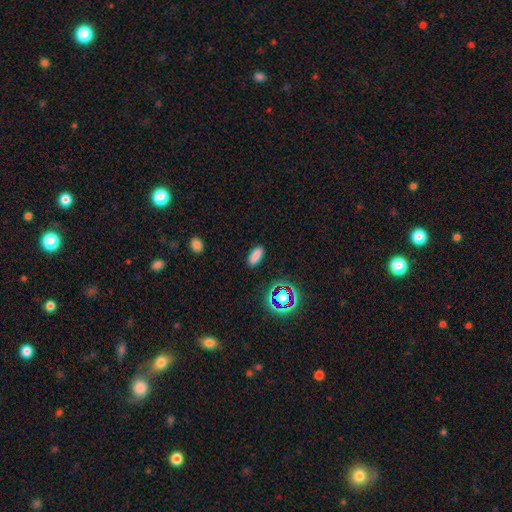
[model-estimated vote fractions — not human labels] Smooth or featured?
  - smooth: 81% *
  - star or artifact: 14%
  - featured or disk: 5%
How rounded?
  - in between: 78% *
  - cigar-shaped: 19%
  - round: 4%
Merging?
  - none: 88% *
  - minor disturbance: 9%
  - major disturbance: 3%
  - merger: 1%